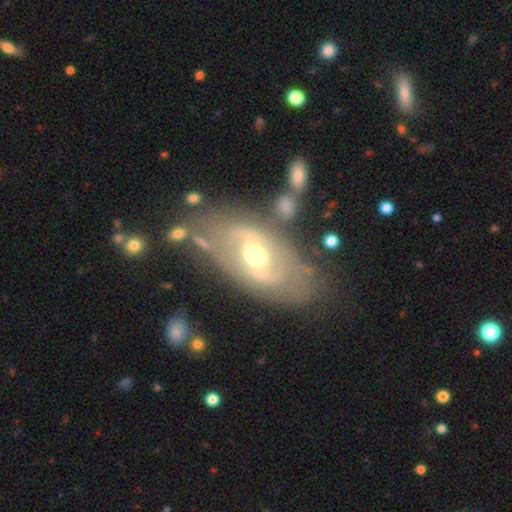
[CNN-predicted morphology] This is likely a featured or disk galaxy (77%). It is clearly not viewed edge-on (92%). Bar: marginally weak (44%). Spiral arm pattern: likely yes (65%). Central bulge: likely moderate (71%). Merging: likely none (67%).